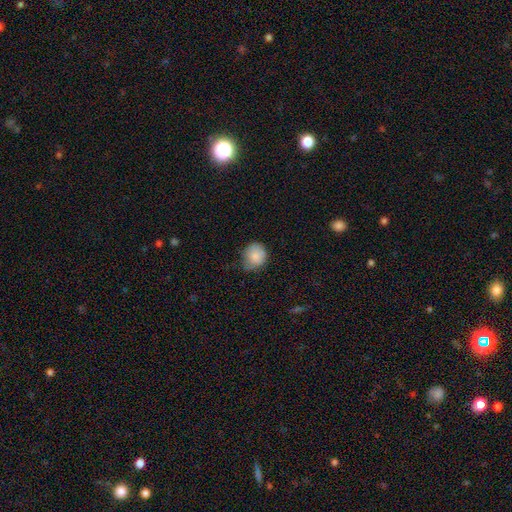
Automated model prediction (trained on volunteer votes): A smooth galaxy with no disk features (84%) that is round (69%). Merging: none (56%).